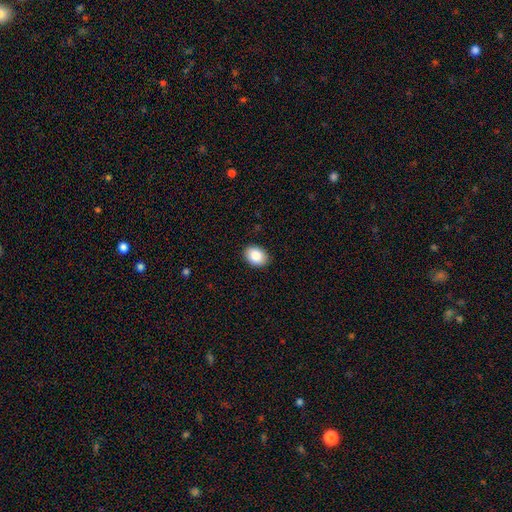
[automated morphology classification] This is clearly a smooth galaxy (88%). How rounded: likely in between (72%). Merging: clearly none (89%).